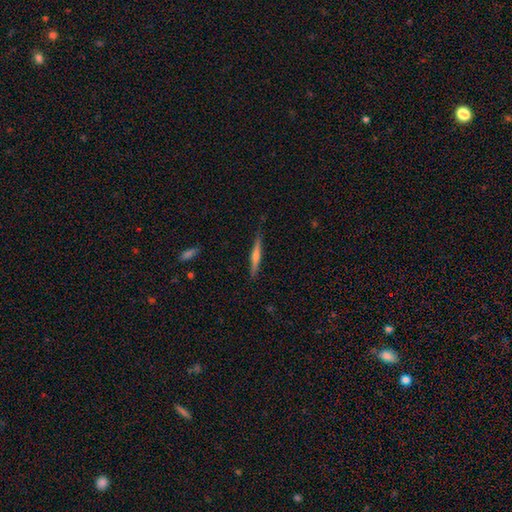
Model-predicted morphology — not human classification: This is likely a featured or disk galaxy (62%). It is clearly viewed edge-on (98%). Edge-on bulge: likely rounded (71%). Merging: clearly none (87%).